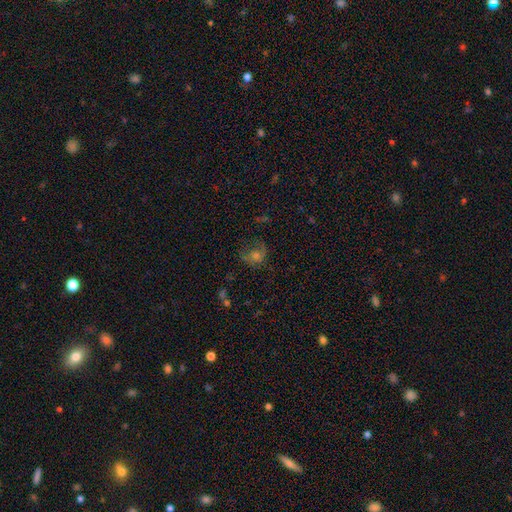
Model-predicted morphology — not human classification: Smooth or featured?
  - smooth: 42% *
  - featured or disk: 36%
  - star or artifact: 22%
Merging?
  - none: 50% *
  - major disturbance: 25%
  - minor disturbance: 22%
  - merger: 2%